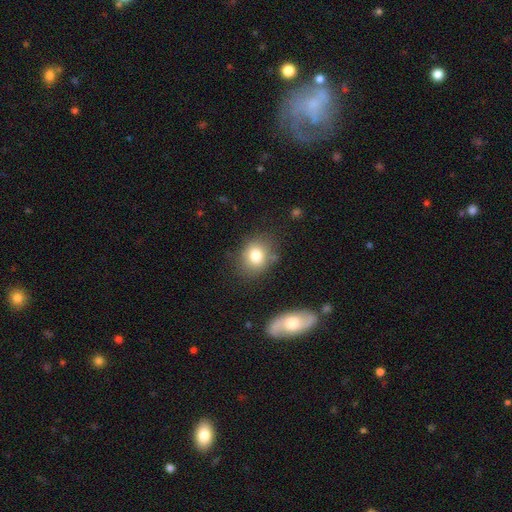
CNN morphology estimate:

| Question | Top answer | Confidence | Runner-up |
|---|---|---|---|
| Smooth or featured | smooth | 79% | star or artifact (11%) |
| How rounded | round | 61% | in between (38%) |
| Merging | none | 76% | minor disturbance (15%) |